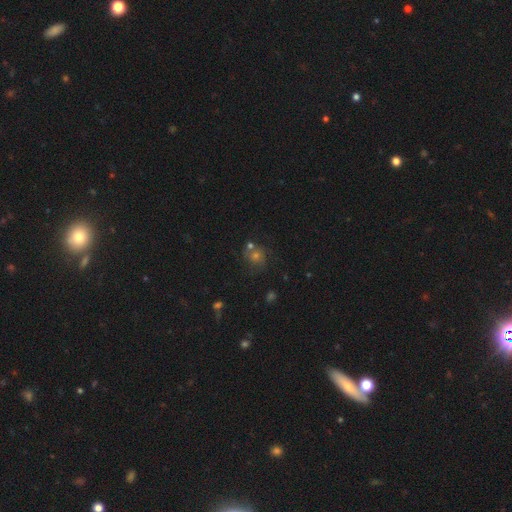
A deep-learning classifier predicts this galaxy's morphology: The model was most divided on "smooth or featured": smooth: 48%, star or artifact: 28%, featured or disk: 25%. More confident: merging — none (61%).